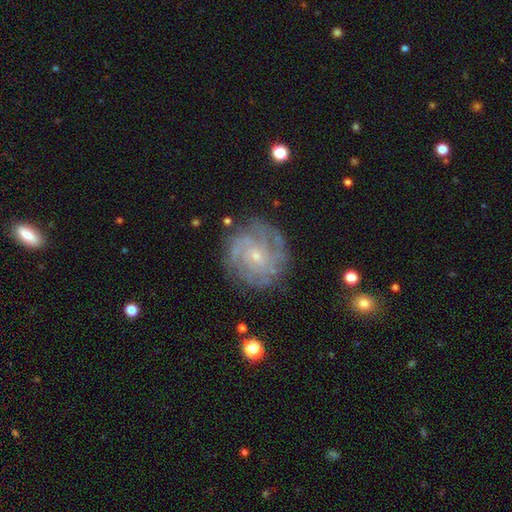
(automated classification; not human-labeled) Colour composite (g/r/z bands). It shows a featured or disk galaxy (82%) with no bar (69%), tight (68%) spiral arms (94%) and a small central bulge (77%). Merging: none (79%).